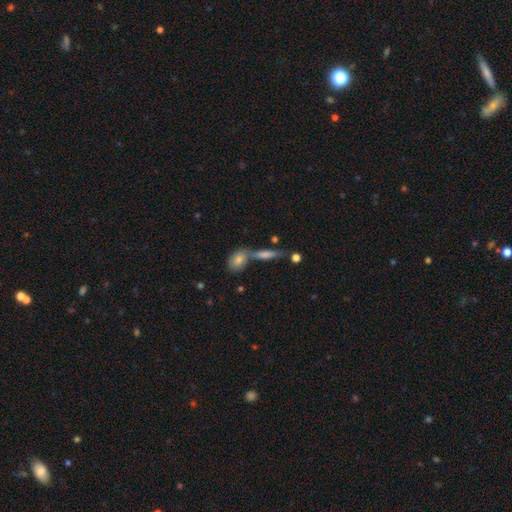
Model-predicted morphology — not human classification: Smooth or featured? smooth (41%)
Merging? none (41%)